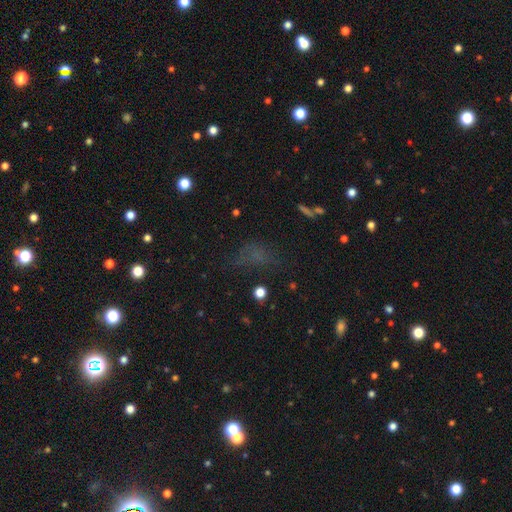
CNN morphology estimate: Smooth or featured? smooth (48%)
Merging? none (51%)